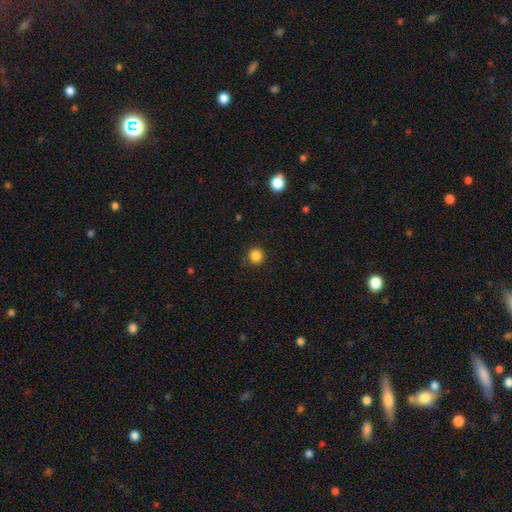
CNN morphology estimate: smooth_or_featured: smooth (p=0.85) [alt: star or artifact p=0.12]
how_rounded: round (p=0.95) [alt: in between p=0.04]
merging: none (p=0.90) [alt: minor disturbance p=0.06]